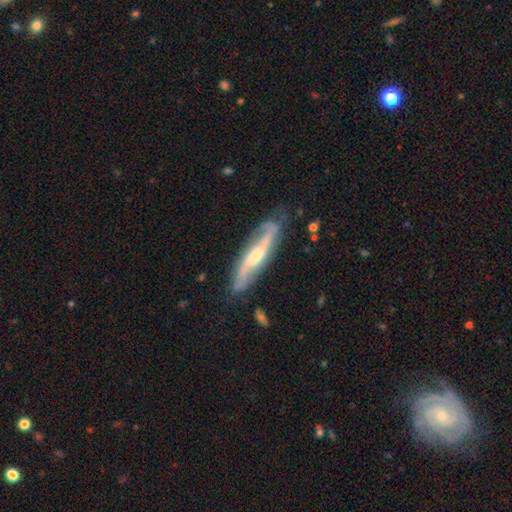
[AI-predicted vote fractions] Overall: featured or disk (80%). Edge-on disk: no (74%). Bar: weak (40%; no 32%). Spiral arms: yes (94%). Spiral arm count: 2 (87%). Spiral winding: loose (43%; medium 40%). Bulge size: moderate (56%; small 27%). Merging: none (75%).